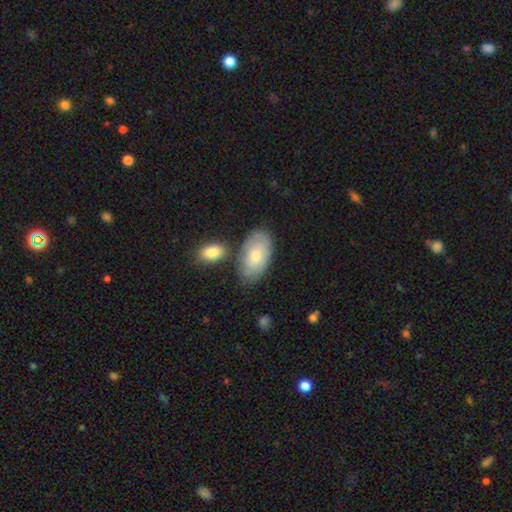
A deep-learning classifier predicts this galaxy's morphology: This appears to be a smooth galaxy with no disk features (64%) that is in between round and cigar-shaped (94%). Merging: none (66%).